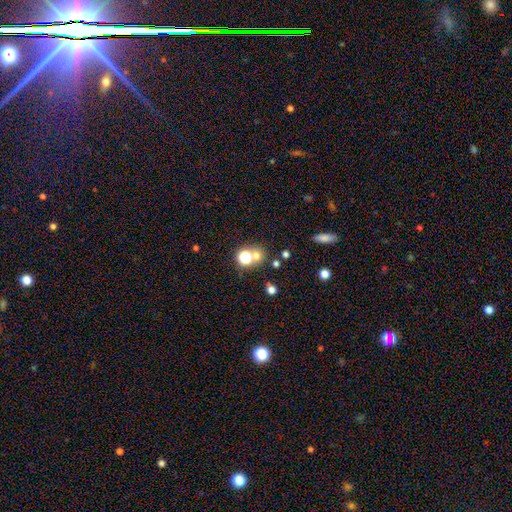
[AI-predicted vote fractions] A smooth galaxy with no disk features (63%) that is round (84%).

Vote fractions:
- Smooth or featured? smooth: 63% / star or artifact: 27% / featured or disk: 10%
- How rounded? round: 84% / in between: 14% / cigar-shaped: 1%
- Merging? none: 59% / merger: 30% / minor disturbance: 7% / major disturbance: 4%